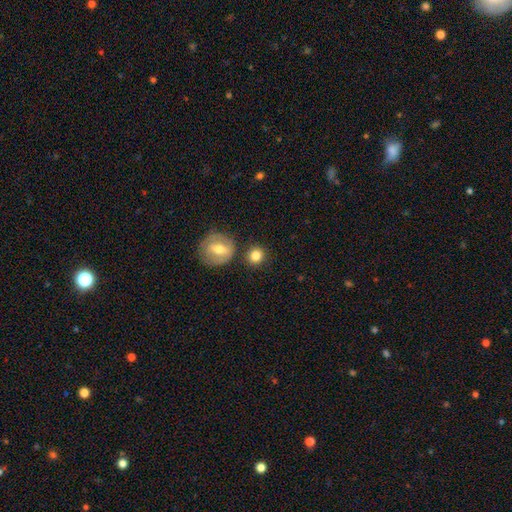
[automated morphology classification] This is clearly a smooth galaxy (81%). How rounded: clearly round (88%). Merging: likely none (76%).